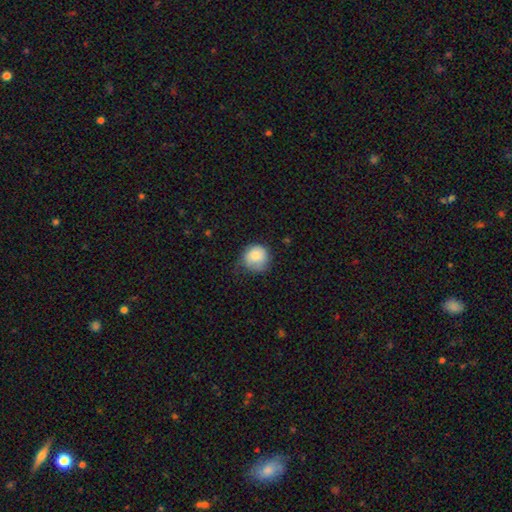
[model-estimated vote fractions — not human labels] smooth_or_featured: smooth (p=0.83) [alt: featured or disk p=0.10]
how_rounded: round (p=0.89) [alt: in between p=0.10]
merging: none (p=0.55) [alt: minor disturbance p=0.34]